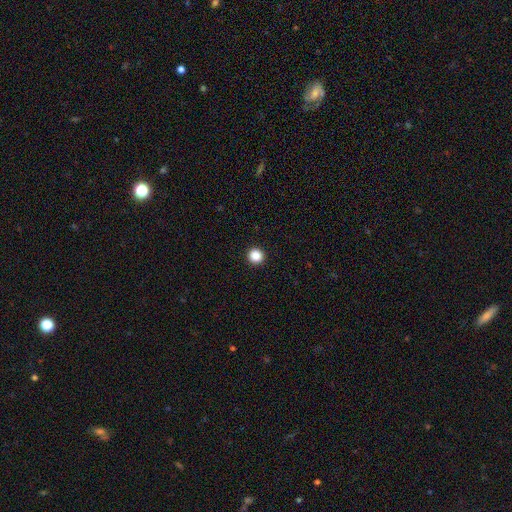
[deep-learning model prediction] Smooth or featured: smooth — 87% (star or artifact — 10%)
How rounded: round — 95% (in between — 4%)
Merging: none — 94% (minor disturbance — 4%)